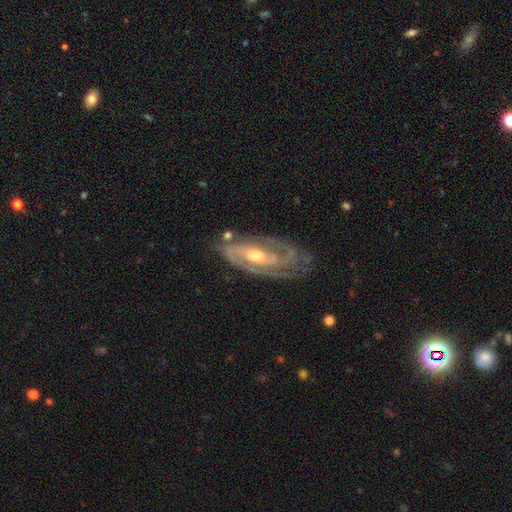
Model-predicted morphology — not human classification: smooth_or_featured: featured or disk (p=0.90) [alt: smooth p=0.05]
disk_edge_on: no (p=0.94) [alt: yes p=0.06]
bar: no (p=0.50) [alt: weak p=0.35]
has_spiral_arms: yes (p=0.97) [alt: no p=0.03]
spiral_winding: tight (p=0.61) [alt: medium p=0.32]
spiral_arm_count: 2 (p=0.65) [alt: 3 p=0.13]
bulge_size: moderate (p=0.66) [alt: small p=0.27]
merging: none (p=0.69) [alt: minor disturbance p=0.20]